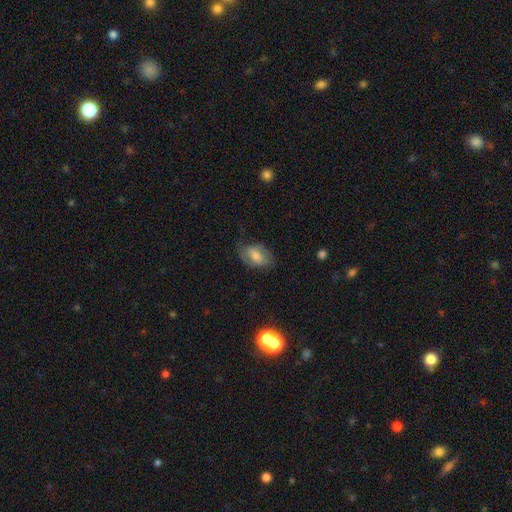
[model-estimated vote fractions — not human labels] Q: Smooth or featured?
A: featured or disk (48%); runner-up: smooth (43%)
Q: Merging?
A: none (63%); runner-up: minor disturbance (24%)